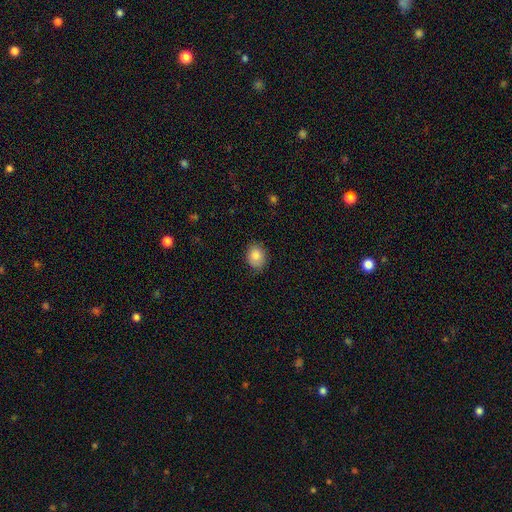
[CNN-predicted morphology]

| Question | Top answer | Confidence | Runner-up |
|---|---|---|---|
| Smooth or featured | smooth | 84% | star or artifact (8%) |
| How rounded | round | 56% | in between (43%) |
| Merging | none | 81% | minor disturbance (15%) |